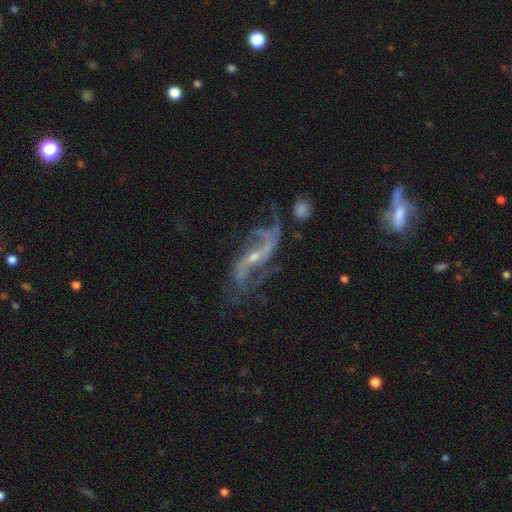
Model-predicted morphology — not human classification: smooth-or-featured: featured or disk: 87% | star or artifact: 8% | smooth: 5%
  disk-edge-on: no: 91% | yes: 9%
    bar: weak: 37% | no: 33% | strong: 30%
    has-spiral-arms: yes: 94% | no: 6%
      spiral-winding: loose: 70% | medium: 22% | tight: 8%
      spiral-arm-count: 2: 77% | can't tell: 8% | 3: 6% | 1: 4% | 4: 3% | more than 4: 3%
    bulge-size: small: 68% | moderate: 27% | none: 3% | large: 1% | dominant: 1%
  merging: none: 54% | minor disturbance: 21% | major disturbance: 19% | merger: 6%